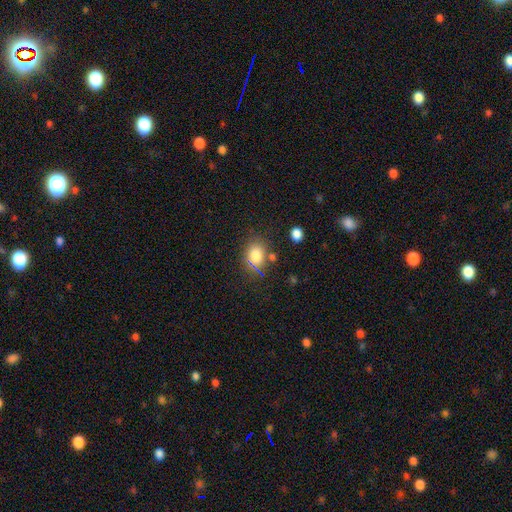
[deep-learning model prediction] This is likely a smooth galaxy (77%). How rounded: possibly in between (51%). Merging: likely none (70%).